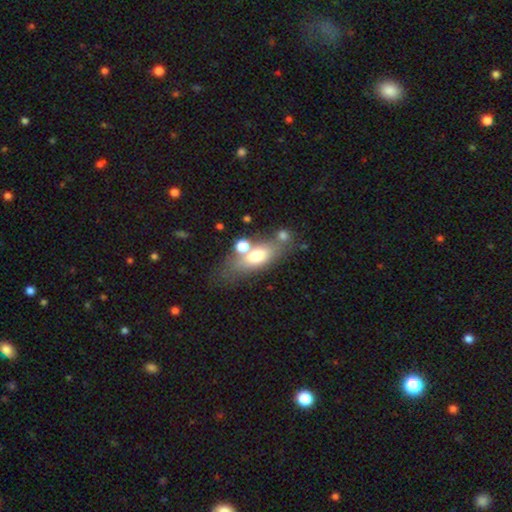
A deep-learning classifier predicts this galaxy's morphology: Smooth or featured: smooth — 66% (featured or disk — 25%)
How rounded: in between — 71% (cigar-shaped — 23%)
Merging: none — 55% (merger — 21%)